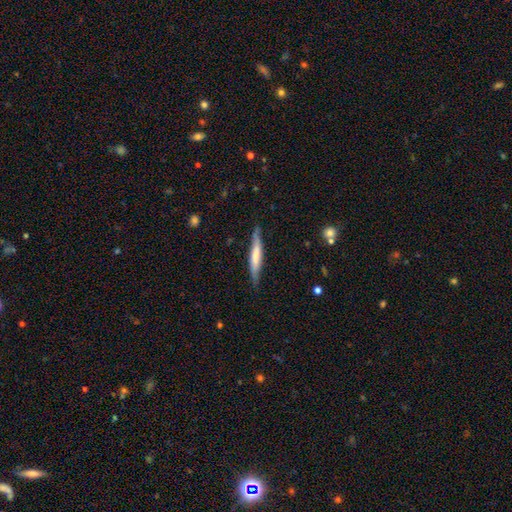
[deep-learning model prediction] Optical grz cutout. It shows a smooth galaxy with no disk features (54%) that is cigar-shaped (91%). Merging: none (78%).